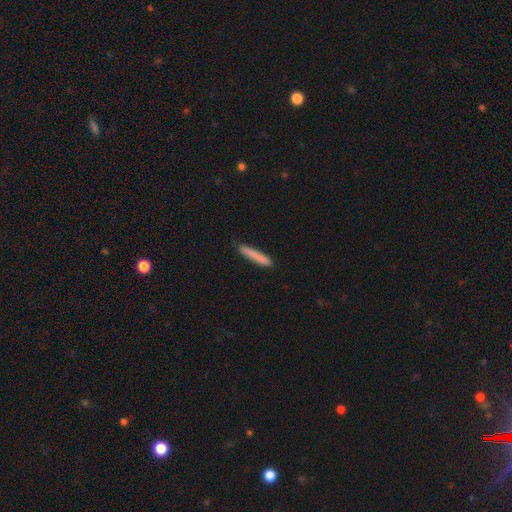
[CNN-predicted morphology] type=smooth (83%); roundness=cigar-shaped (94%); merging=none (86%).